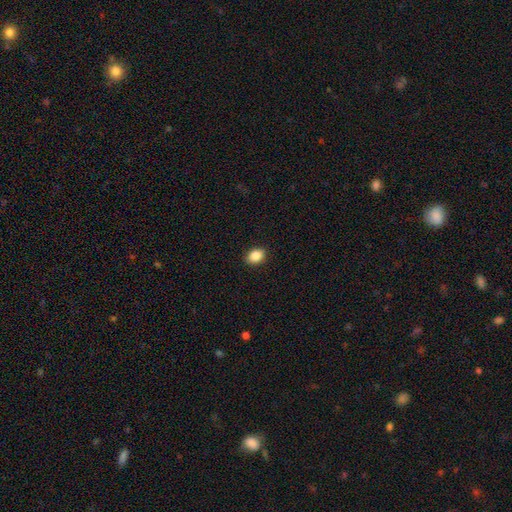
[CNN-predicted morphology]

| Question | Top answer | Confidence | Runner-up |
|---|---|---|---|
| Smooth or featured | smooth | 87% | star or artifact (9%) |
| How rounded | in between | 73% | round (25%) |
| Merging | none | 89% | minor disturbance (8%) |